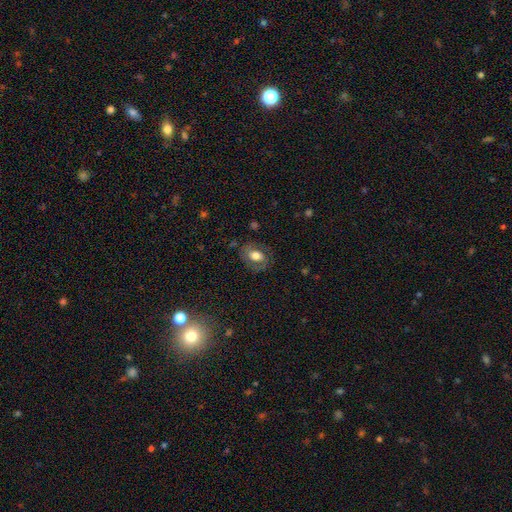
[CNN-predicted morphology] type=smooth (53%); roundness=in between (76%); merging=none (73%).